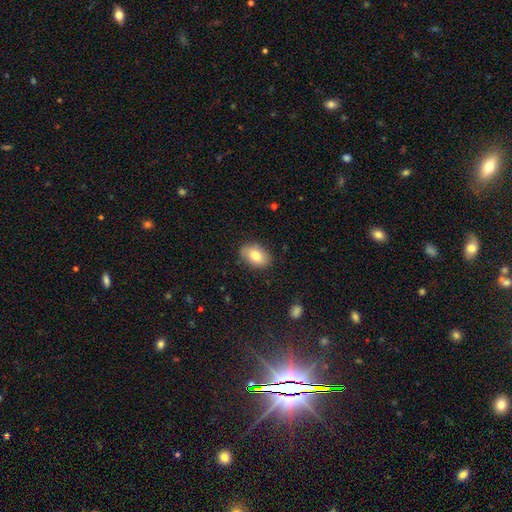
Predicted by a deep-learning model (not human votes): This is likely a smooth galaxy (78%). How rounded: clearly in between (86%). Merging: clearly none (83%).